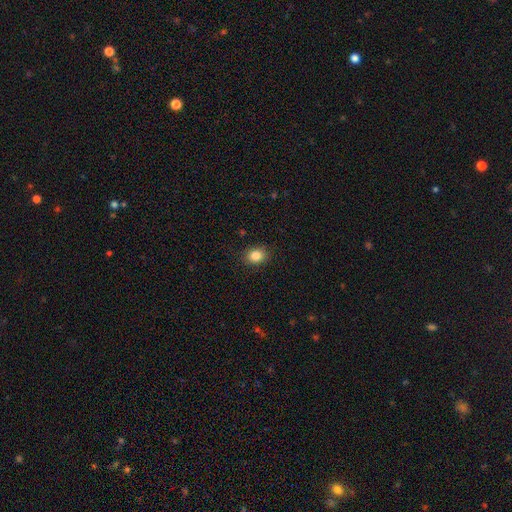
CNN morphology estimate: Smooth or featured?
  - smooth: 85% *
  - star or artifact: 10%
  - featured or disk: 5%
How rounded?
  - in between: 50% *
  - round: 49%
  - cigar-shaped: 1%
Merging?
  - none: 89% *
  - minor disturbance: 8%
  - major disturbance: 2%
  - merger: 1%